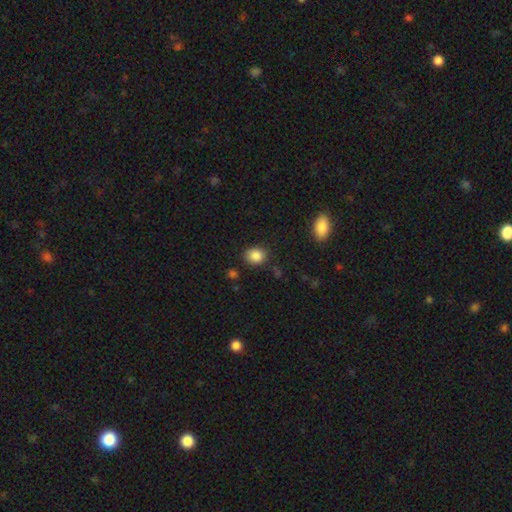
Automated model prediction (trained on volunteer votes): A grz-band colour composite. It shows a smooth galaxy with no disk features (86%) that is round (60%). Merging: none (80%).